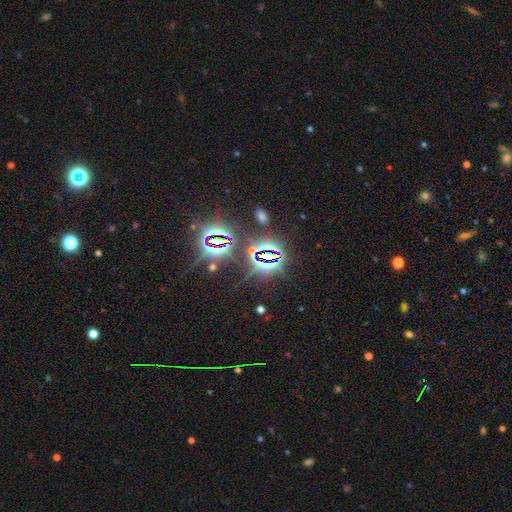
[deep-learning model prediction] The model was most divided on "smooth or featured": star or artifact: 84%, smooth: 8%, featured or disk: 8%.